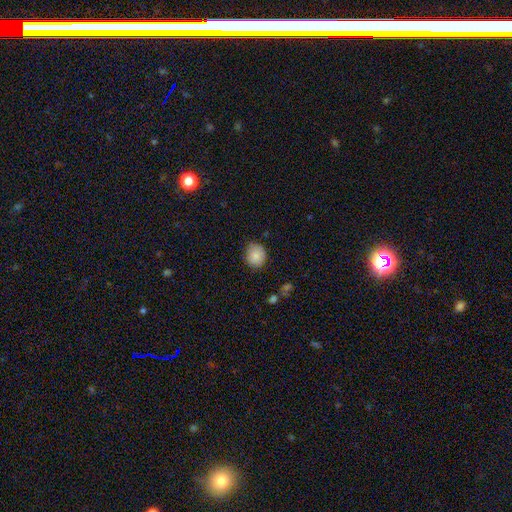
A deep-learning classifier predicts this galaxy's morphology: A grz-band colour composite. It shows a smooth galaxy with no disk features (86%) that is round (79%). Merging: none (77%).